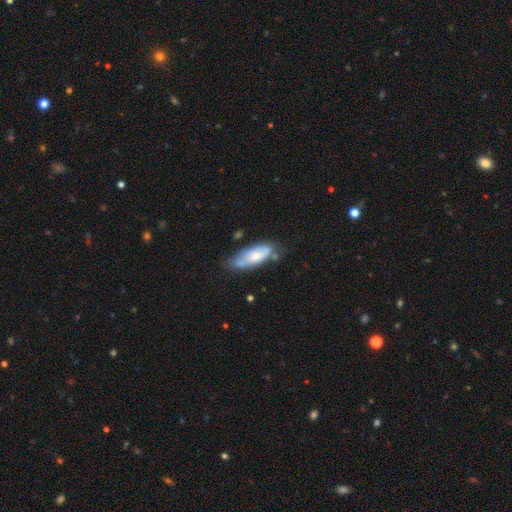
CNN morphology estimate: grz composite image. It shows a smooth galaxy with no disk features (50%) that is in between round and cigar-shaped (77%). Merging: none (49%).